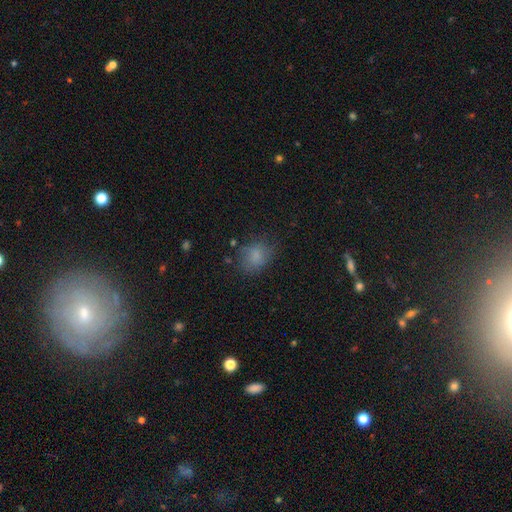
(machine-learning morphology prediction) smooth-or-featured: smooth: 80% | star or artifact: 12% | featured or disk: 9%
  how-rounded: in between: 50% | round: 48% | cigar-shaped: 1%
  merging: none: 69% | minor disturbance: 21% | major disturbance: 8% | merger: 2%